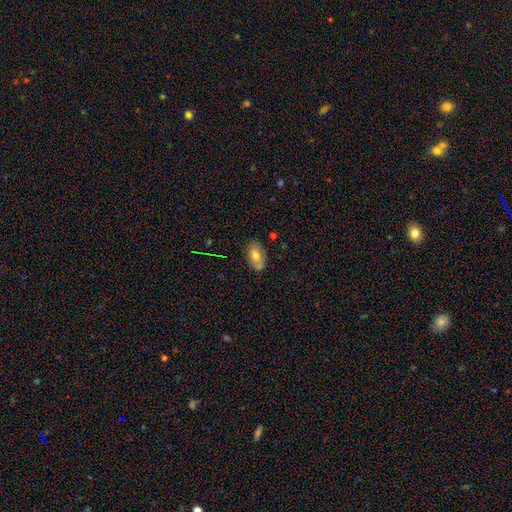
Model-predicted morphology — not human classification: Smooth or featured? smooth (67%)
How rounded? in between (90%)
Merging? none (65%)